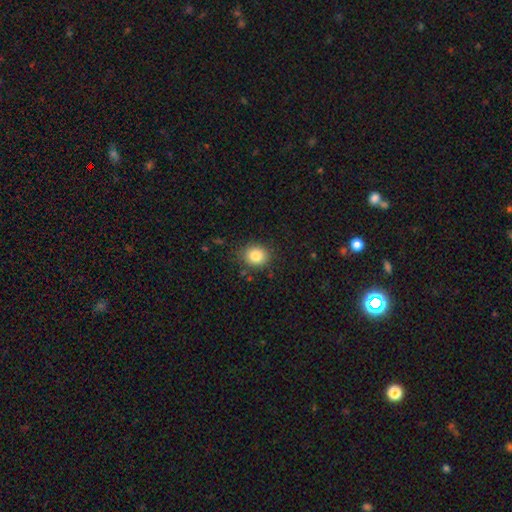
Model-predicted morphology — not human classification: Smooth or featured?
  - smooth: 83% *
  - star or artifact: 10%
  - featured or disk: 6%
How rounded?
  - round: 75% *
  - in between: 24%
  - cigar-shaped: 1%
Merging?
  - none: 85% *
  - minor disturbance: 11%
  - major disturbance: 3%
  - merger: 1%